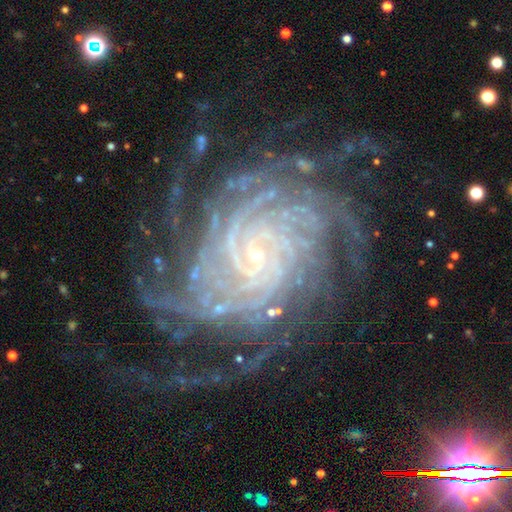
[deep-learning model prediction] Q: Smooth or featured?
A: featured or disk (91%); runner-up: star or artifact (6%)
Q: Edge-on disk?
A: no (98%); runner-up: yes (2%)
Q: Bar?
A: no (61%); runner-up: weak (25%)
Q: Spiral arms?
A: yes (99%); runner-up: no (1%)
Q: Spiral winding?
A: tight (80%); runner-up: medium (17%)
Q: Spiral arm count?
A: more than 4 (41%); runner-up: 4 (17%)
Q: Bulge size?
A: small (88%); runner-up: moderate (7%)
Q: Merging?
A: none (73%); runner-up: minor disturbance (15%)